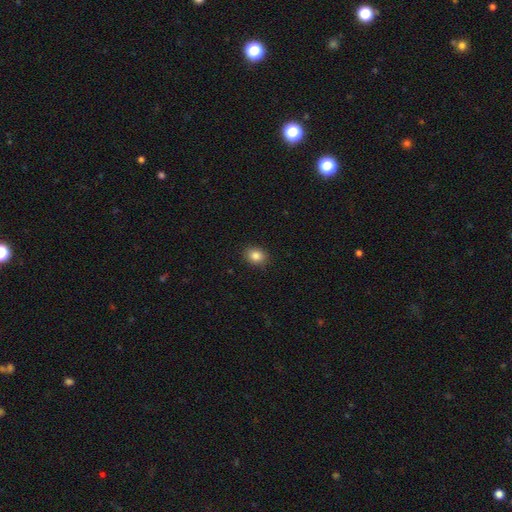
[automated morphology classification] Smooth or featured? smooth (85%)
How rounded? round (55%)
Merging? none (90%)